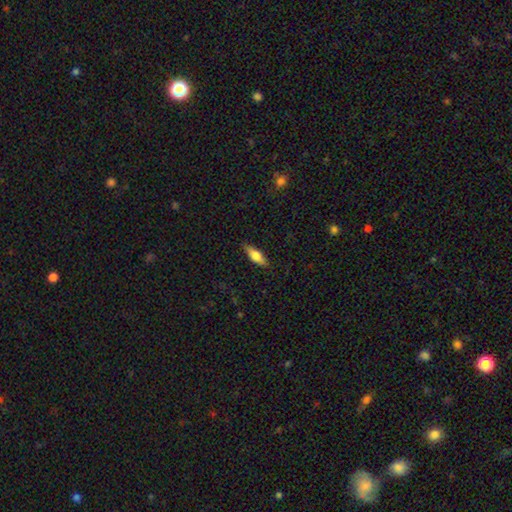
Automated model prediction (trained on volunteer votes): A smooth galaxy with no disk features (65%) that is in between round and cigar-shaped (61%). Merging: none (86%).